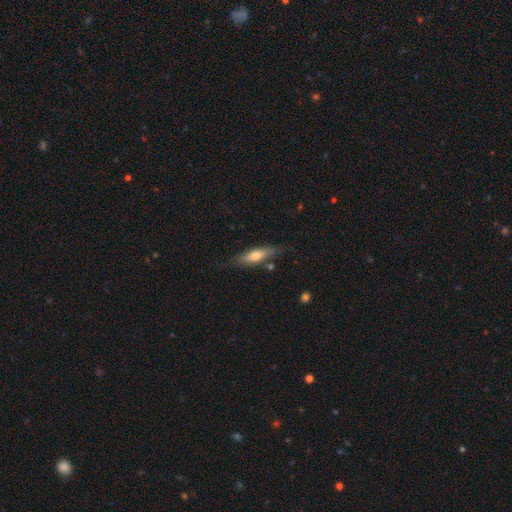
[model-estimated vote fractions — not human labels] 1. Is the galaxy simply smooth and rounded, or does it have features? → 58% smooth, 35% featured or disk, 6% star or artifact.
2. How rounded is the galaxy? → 62% cigar-shaped, 35% in between, 2% round.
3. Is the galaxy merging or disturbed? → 72% none, 19% minor disturbance, 5% major disturbance, 4% merger.